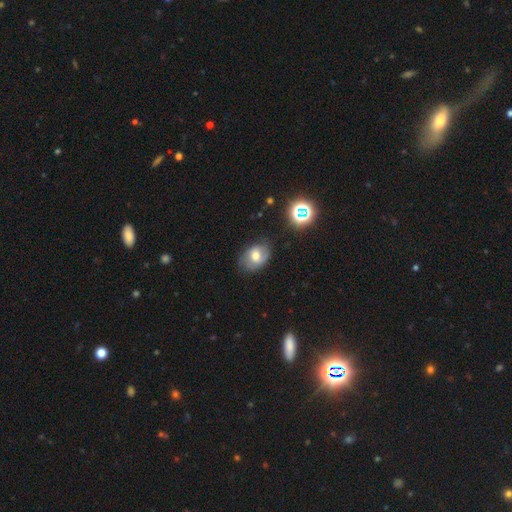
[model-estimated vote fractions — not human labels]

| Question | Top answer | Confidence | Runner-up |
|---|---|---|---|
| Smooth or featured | smooth | 51% | featured or disk (36%) |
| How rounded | in between | 69% | round (30%) |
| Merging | none | 65% | minor disturbance (25%) |